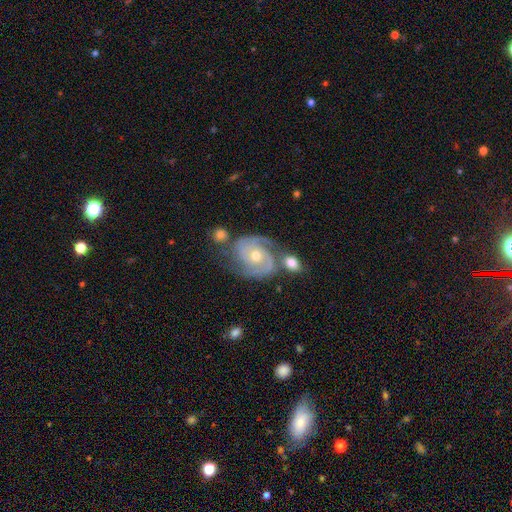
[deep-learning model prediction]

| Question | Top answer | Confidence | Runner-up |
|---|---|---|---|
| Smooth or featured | featured or disk | 90% | smooth (5%) |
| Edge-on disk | no | 98% | yes (2%) |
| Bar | no | 74% | weak (20%) |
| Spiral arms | yes | 98% | no (2%) |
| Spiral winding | tight | 58% | medium (35%) |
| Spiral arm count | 2 | 79% | 3 (9%) |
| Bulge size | moderate | 56% | small (40%) |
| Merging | none | 63% | minor disturbance (18%) |